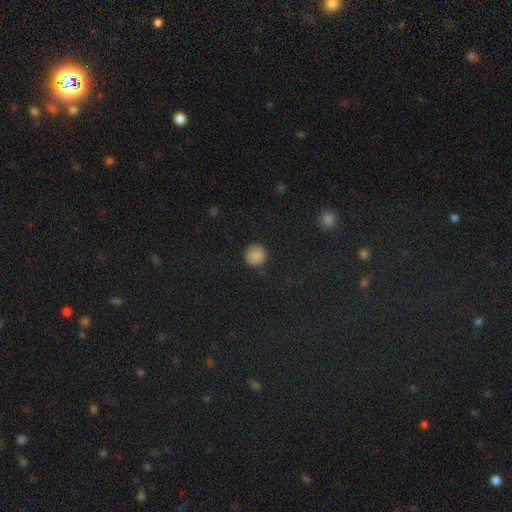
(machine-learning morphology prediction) smooth 86%, star or artifact 10%, featured or disk 3%. Down the decision tree: how rounded — round (93%); merging — none (88%).